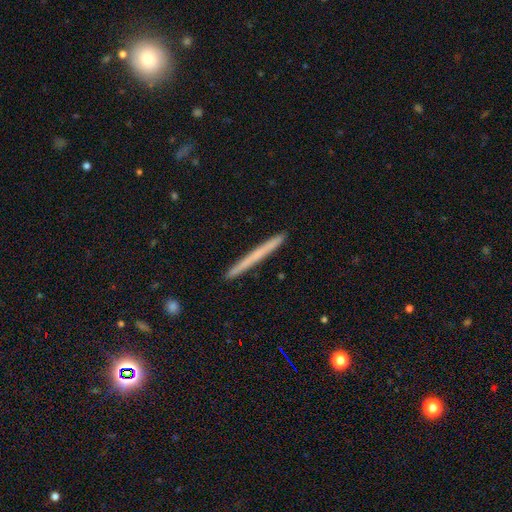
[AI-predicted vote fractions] This is possibly a smooth galaxy (54%). How rounded: clearly cigar-shaped (97%). Merging: clearly none (92%).